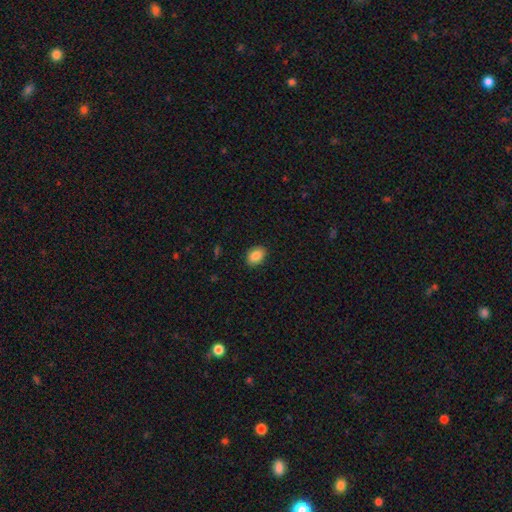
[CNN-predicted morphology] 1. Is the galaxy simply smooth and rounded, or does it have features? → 87% smooth, 8% star or artifact, 5% featured or disk.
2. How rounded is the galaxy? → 78% in between, 21% round, 1% cigar-shaped.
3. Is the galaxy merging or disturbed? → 89% none, 8% minor disturbance, 2% major disturbance, 1% merger.